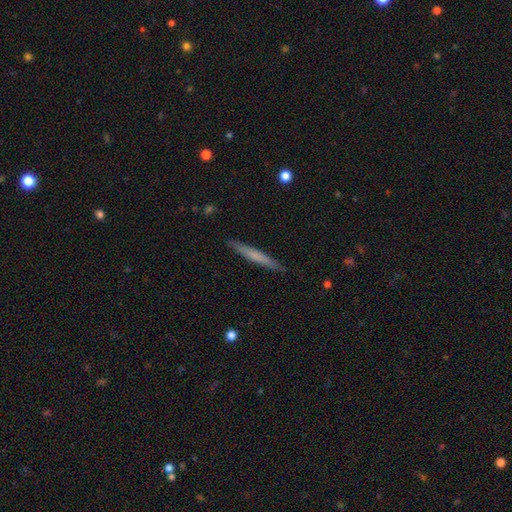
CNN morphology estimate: type=smooth (60%); roundness=cigar-shaped (96%); merging=none (91%).